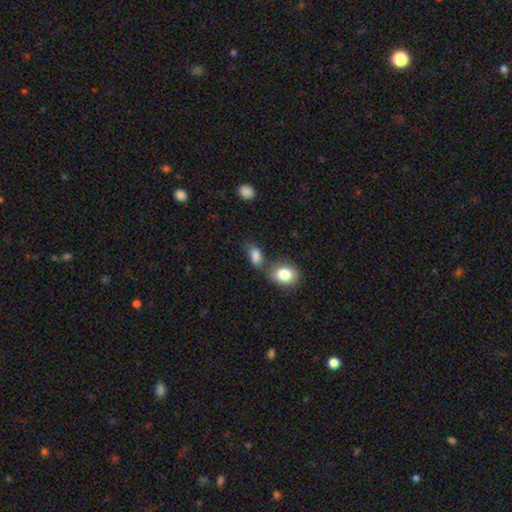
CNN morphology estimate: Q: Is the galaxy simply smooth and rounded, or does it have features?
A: smooth — 85%.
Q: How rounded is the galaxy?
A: in between — 84%.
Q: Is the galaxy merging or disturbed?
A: none — 46%.